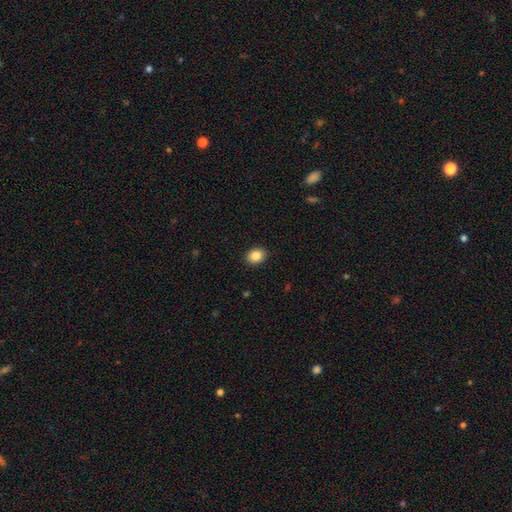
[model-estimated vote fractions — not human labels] Smooth or featured?
  - smooth: 87% *
  - star or artifact: 9%
  - featured or disk: 4%
How rounded?
  - in between: 56% *
  - round: 43%
  - cigar-shaped: 1%
Merging?
  - none: 90% *
  - minor disturbance: 7%
  - major disturbance: 2%
  - merger: 1%